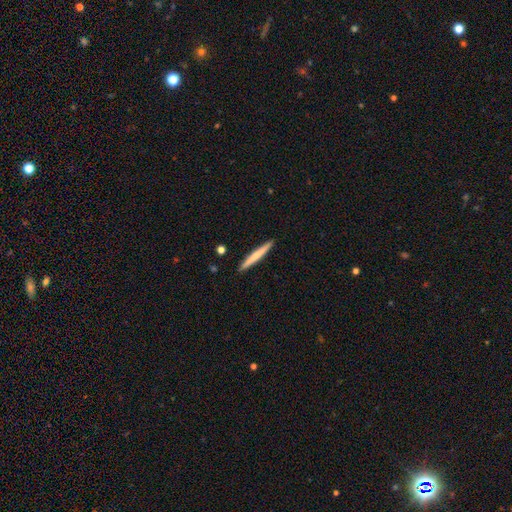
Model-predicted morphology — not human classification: The model was most divided on "smooth or featured": smooth: 60%, featured or disk: 35%, star or artifact: 5%. More confident: how rounded — cigar-shaped (96%); merging — none (91%).